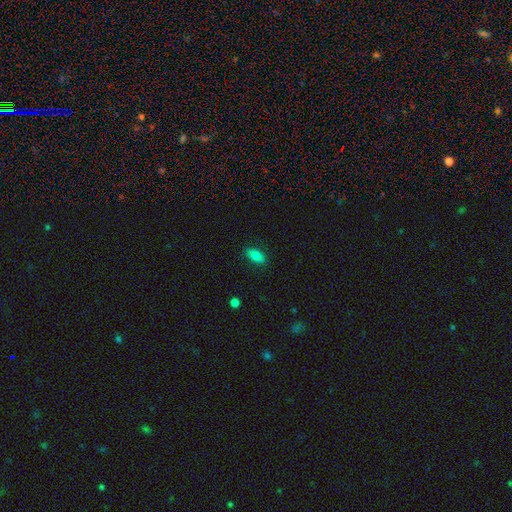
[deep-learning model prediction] Smooth or featured? smooth (80%)
How rounded? in between (86%)
Merging? none (84%)